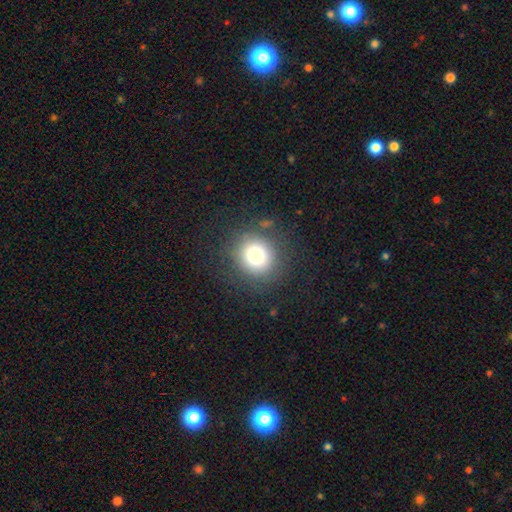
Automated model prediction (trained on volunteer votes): Smooth or featured: smooth — 78% (star or artifact — 13%)
How rounded: round — 88% (in between — 11%)
Merging: none — 83% (minor disturbance — 10%)